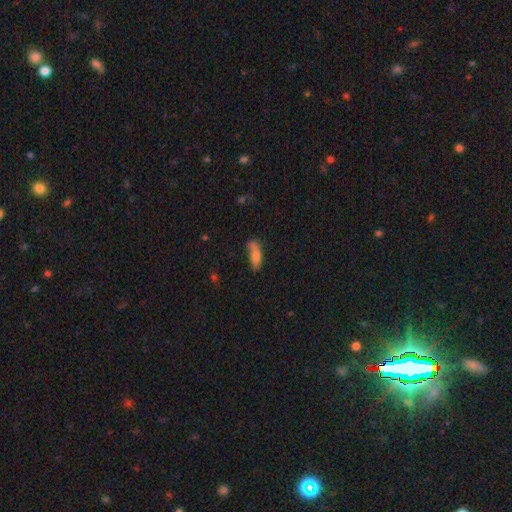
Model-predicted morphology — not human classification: The model was most divided on "merging": none: 45%, minor disturbance: 29%, major disturbance: 15%, merger: 12%. More confident: smooth or featured — smooth (71%); how rounded — in between (62%).